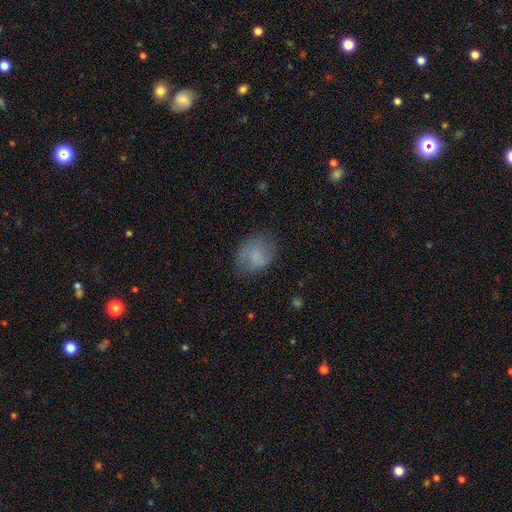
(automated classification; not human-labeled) Smooth or featured? Predicted: smooth (p=0.74). How rounded? Predicted: in between (p=0.55). Merging? Predicted: none (p=0.66).